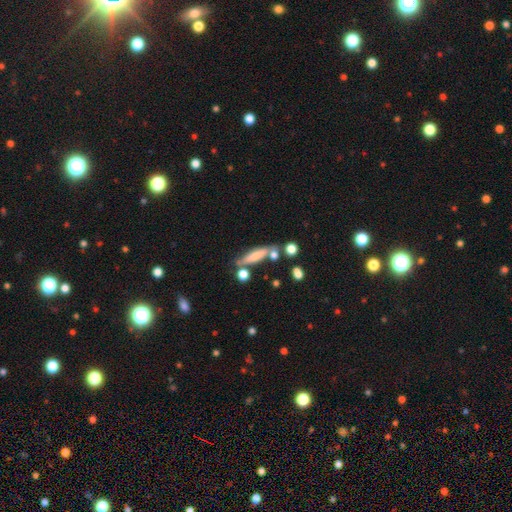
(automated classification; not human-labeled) Q: Smooth or featured?
A: smooth (64%); runner-up: featured or disk (28%)
Q: How rounded?
A: cigar-shaped (73%); runner-up: in between (24%)
Q: Merging?
A: none (62%); runner-up: merger (16%)